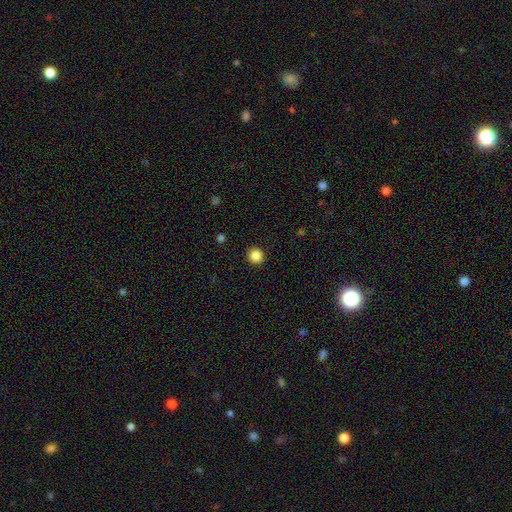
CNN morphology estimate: The model was most divided on "smooth or featured": smooth: 87%, star or artifact: 10%, featured or disk: 3%. More confident: how rounded — round (95%); merging — none (92%).